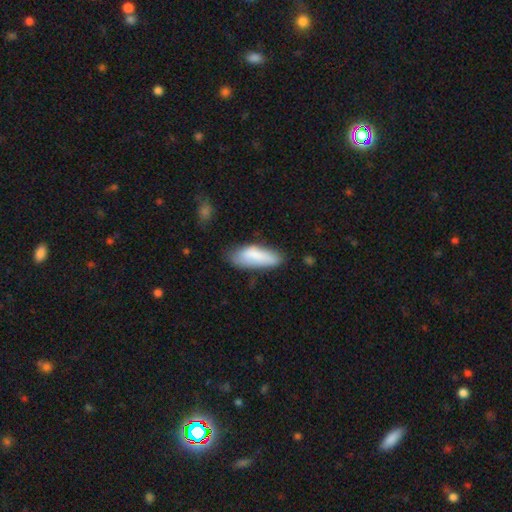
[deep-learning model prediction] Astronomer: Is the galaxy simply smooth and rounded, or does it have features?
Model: smooth — 80%.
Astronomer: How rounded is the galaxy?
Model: in between — 67%.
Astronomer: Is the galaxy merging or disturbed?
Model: none — 59%.